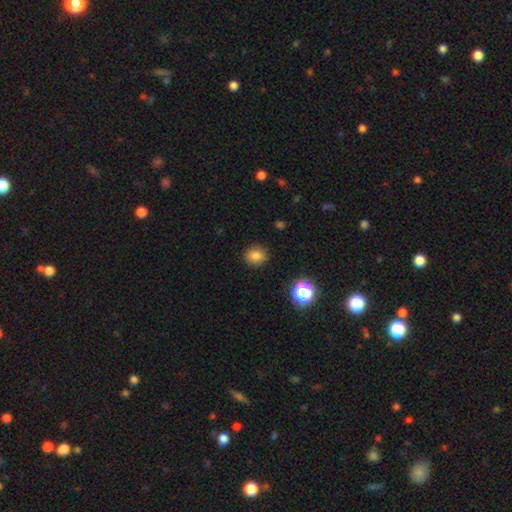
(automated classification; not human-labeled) Overall: smooth (81%). How rounded: round (70%). Merging: none (87%).